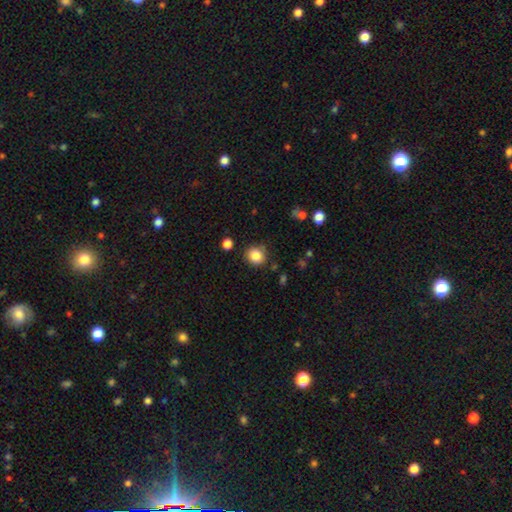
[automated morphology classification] Smooth or featured? Predicted: smooth (p=0.85). How rounded? Predicted: round (p=0.86). Merging? Predicted: none (p=0.82).